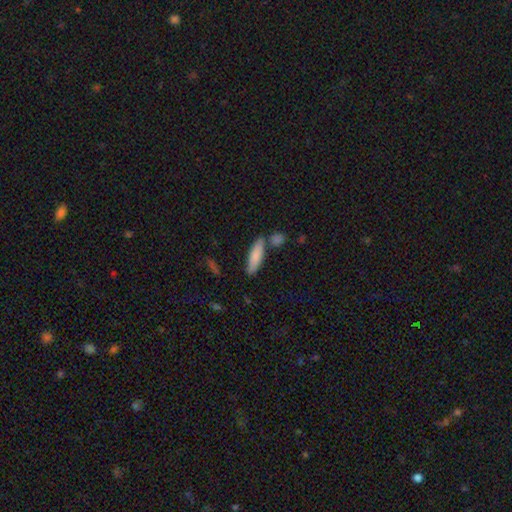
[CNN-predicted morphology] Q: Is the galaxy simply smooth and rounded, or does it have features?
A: smooth — 81%.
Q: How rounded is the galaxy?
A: cigar-shaped — 60%.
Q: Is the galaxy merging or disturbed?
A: none — 73%.